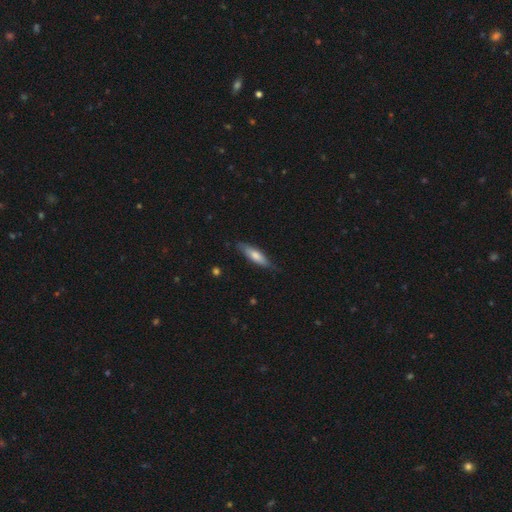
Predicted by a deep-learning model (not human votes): Overall: smooth (67%). How rounded: cigar-shaped (67%; in between 31%). Merging: none (77%).